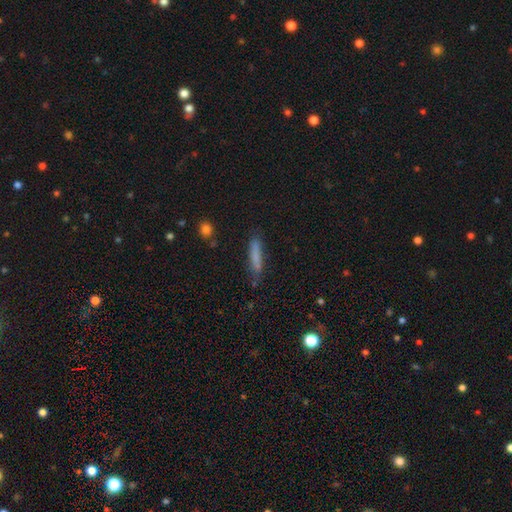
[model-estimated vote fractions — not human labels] The model was most divided on "merging": none: 78%, minor disturbance: 16%, major disturbance: 4%, merger: 2%. More confident: how rounded — cigar-shaped (89%); smooth or featured — smooth (77%).